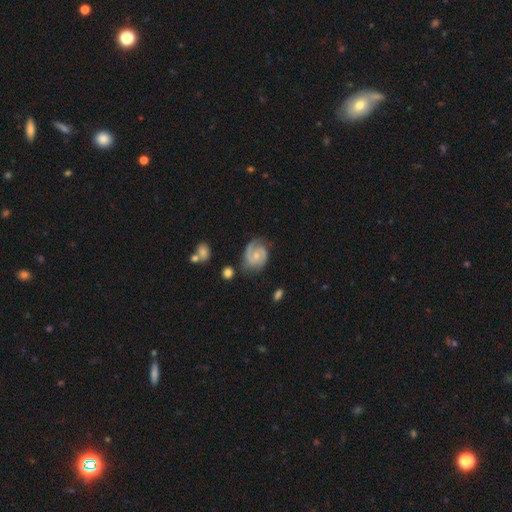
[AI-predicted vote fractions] Smooth or featured?
  - featured or disk: 82% *
  - smooth: 12%
  - star or artifact: 6%
Edge-on disk?
  - no: 98% *
  - yes: 2%
Bar?
  - no: 65% *
  - weak: 30%
  - strong: 5%
Spiral arms?
  - yes: 96% *
  - no: 4%
Spiral winding?
  - tight: 44% *
  - medium: 42%
  - loose: 13%
Spiral arm count?
  - 2: 71% *
  - 1: 15%
  - can't tell: 8%
  - 3: 4%
  - 4: 1%
  - more than 4: 1%
Bulge size?
  - small: 52% *
  - moderate: 43%
  - none: 3%
  - large: 2%
  - dominant: 1%
Merging?
  - none: 67% *
  - minor disturbance: 21%
  - major disturbance: 9%
  - merger: 2%